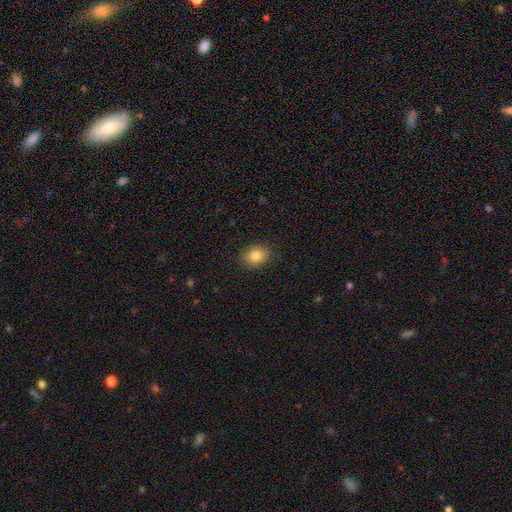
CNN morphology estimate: smooth_or_featured: smooth (p=0.84) [alt: star or artifact p=0.09]
how_rounded: in between (p=0.55) [alt: round p=0.44]
merging: none (p=0.88) [alt: minor disturbance p=0.09]